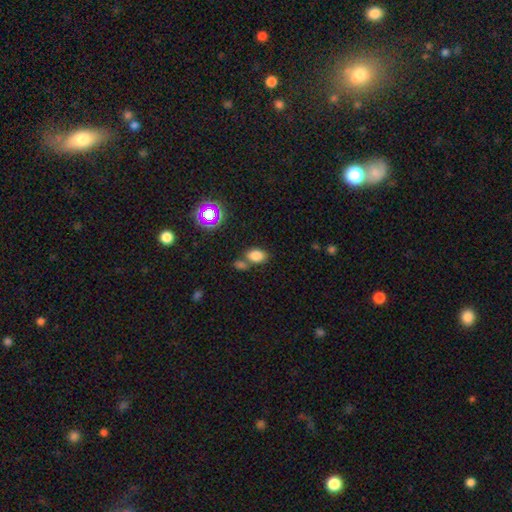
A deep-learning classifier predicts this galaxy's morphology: Smooth or featured: smooth — 79% (star or artifact — 14%)
How rounded: in between — 82% (round — 17%)
Merging: none — 55% (merger — 29%)